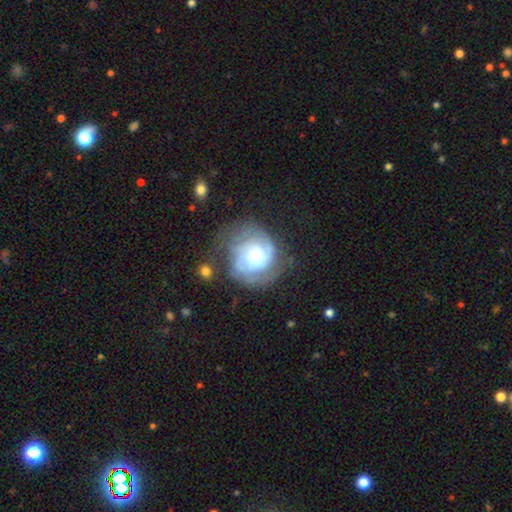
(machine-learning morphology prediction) smooth-or-featured: featured or disk: 77% | smooth: 17% | star or artifact: 6%
  disk-edge-on: no: 98% | yes: 2%
    bar: no: 75% | weak: 21% | strong: 4%
    has-spiral-arms: yes: 92% | no: 8%
      spiral-winding: tight: 59% | medium: 31% | loose: 10%
      spiral-arm-count: 2: 40% | can't tell: 27% | 3: 19% | 1: 5% | 4: 5% | more than 4: 4%
    bulge-size: moderate: 52% | small: 36% | large: 10% | dominant: 2% | none: 1%
  merging: none: 61% | minor disturbance: 21% | major disturbance: 15% | merger: 3%